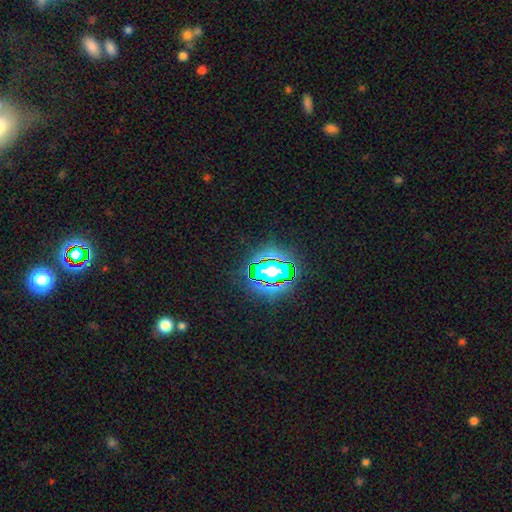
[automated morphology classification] A star or artifact, not a galaxy (70%).

Vote fractions:
- Smooth or featured? star or artifact: 70% / smooth: 18% / featured or disk: 12%